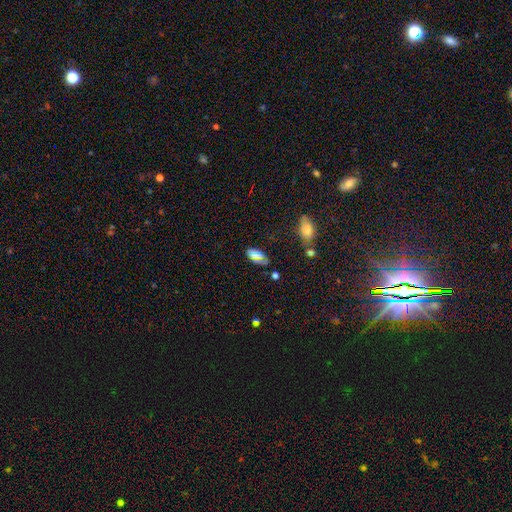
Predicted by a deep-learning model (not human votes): Smooth or featured?
  - smooth: 59% *
  - star or artifact: 31%
  - featured or disk: 10%
How rounded?
  - in between: 83% *
  - cigar-shaped: 9%
  - round: 8%
Merging?
  - none: 76% *
  - minor disturbance: 14%
  - major disturbance: 5%
  - merger: 4%